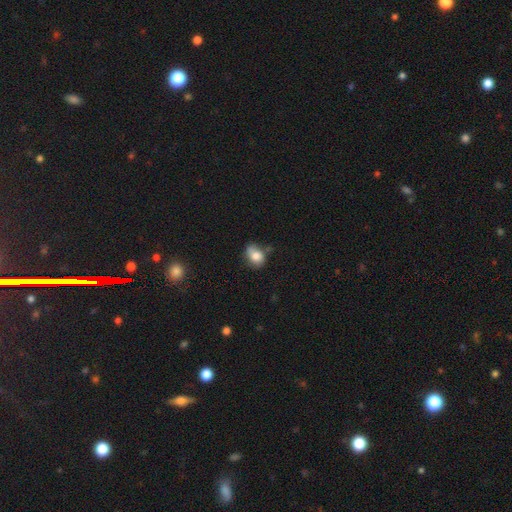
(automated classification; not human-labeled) smooth-or-featured: smooth: 78% | featured or disk: 13% | star or artifact: 9%
  how-rounded: in between: 62% | round: 37% | cigar-shaped: 1%
  merging: none: 49% | minor disturbance: 33% | major disturbance: 10% | merger: 9%